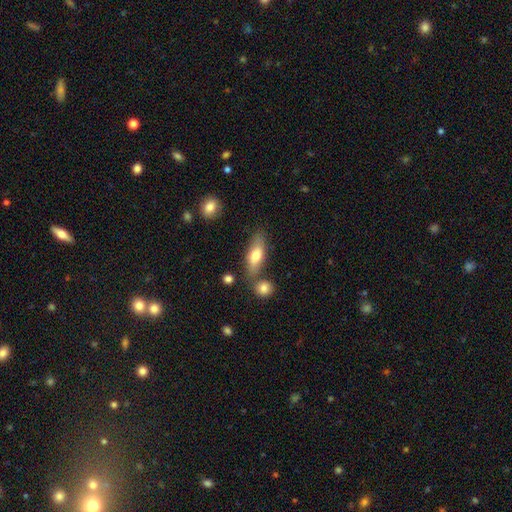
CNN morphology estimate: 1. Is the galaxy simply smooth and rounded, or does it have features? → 70% smooth, 24% featured or disk, 6% star or artifact.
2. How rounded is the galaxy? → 68% in between, 29% cigar-shaped, 3% round.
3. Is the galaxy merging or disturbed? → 69% none, 15% minor disturbance, 12% merger, 4% major disturbance.